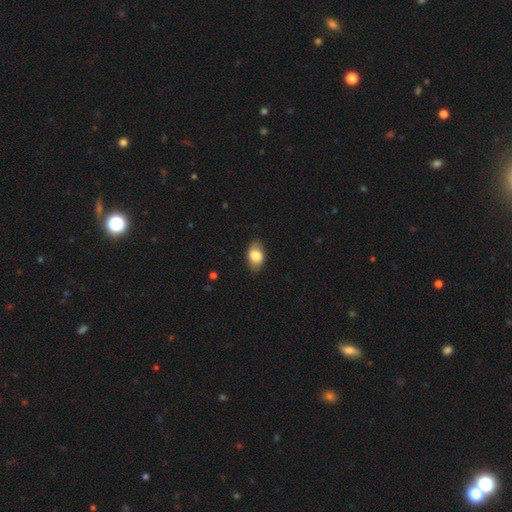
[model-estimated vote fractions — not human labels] Smooth or featured?
  - smooth: 81% *
  - featured or disk: 12%
  - star or artifact: 7%
How rounded?
  - in between: 88% *
  - round: 11%
  - cigar-shaped: 2%
Merging?
  - none: 80% *
  - minor disturbance: 16%
  - major disturbance: 3%
  - merger: 1%